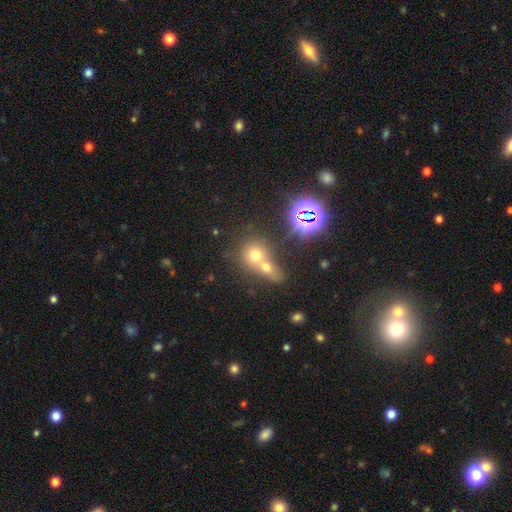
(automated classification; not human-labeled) Smooth or featured? smooth (59%)
How rounded? round (78%)
Merging? merger (60%)